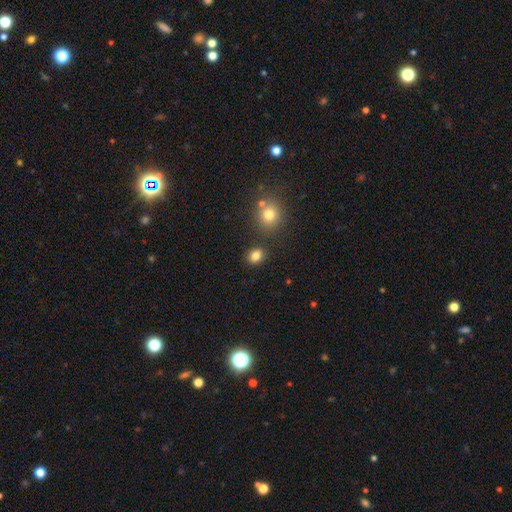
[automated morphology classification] smooth 82%, star or artifact 12%, featured or disk 6%. Down the decision tree: how rounded — round (62%); merging — none (83%).